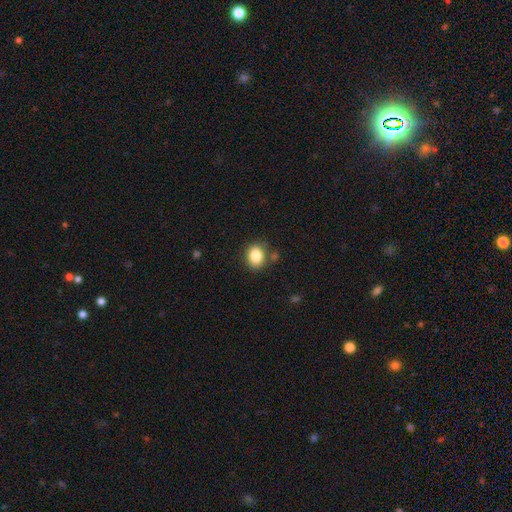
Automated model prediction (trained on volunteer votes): A smooth galaxy with no disk features (84%) that is round (56%). Merging: none (77%).